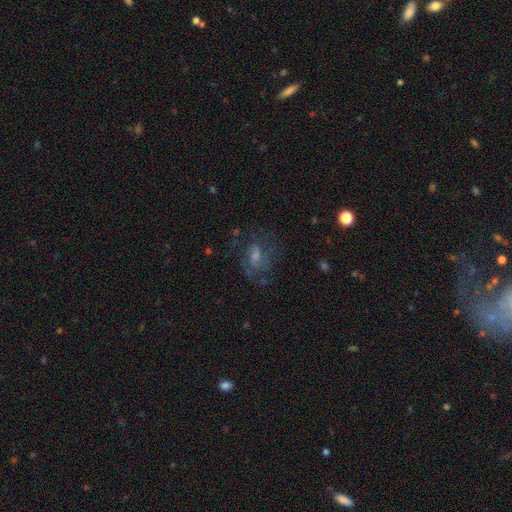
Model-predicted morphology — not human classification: Smooth or featured? featured or disk (52%)
Edge-on disk? no (95%)
Merging? none (61%)